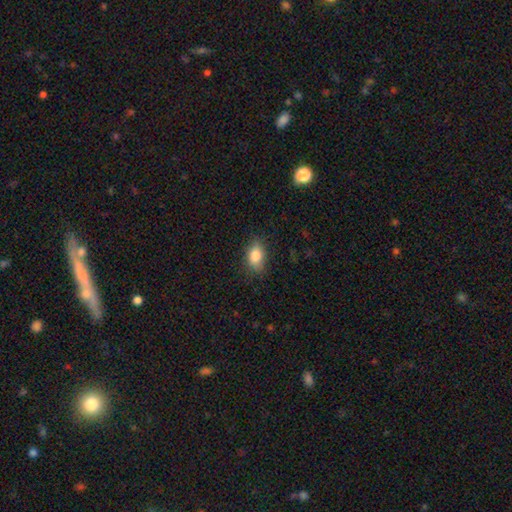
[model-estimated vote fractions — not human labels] Morphology: type=smooth (83%); roundness=in between (84%); merging=none (82%).